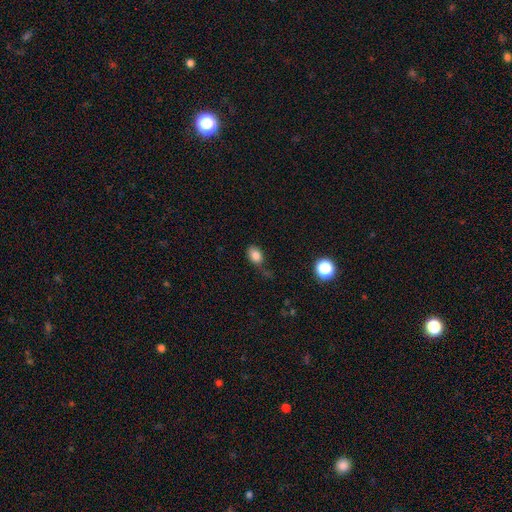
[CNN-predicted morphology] Smooth or featured: smooth — 83% (star or artifact — 10%)
How rounded: in between — 78% (round — 20%)
Merging: none — 58% (minor disturbance — 26%)